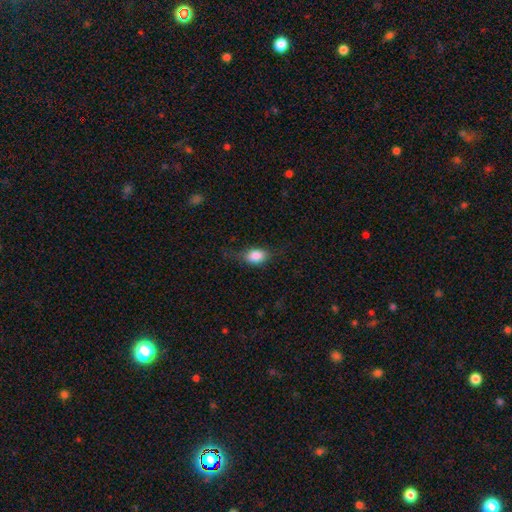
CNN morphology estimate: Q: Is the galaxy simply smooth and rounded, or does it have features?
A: smooth — 83%.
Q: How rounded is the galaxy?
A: in between — 77%.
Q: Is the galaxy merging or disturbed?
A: none — 64%.